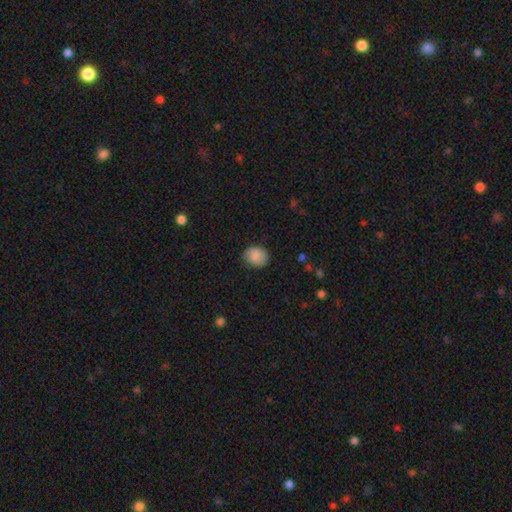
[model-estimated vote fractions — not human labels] Morphology: type=smooth (86%); roundness=round (59%); merging=none (79%).